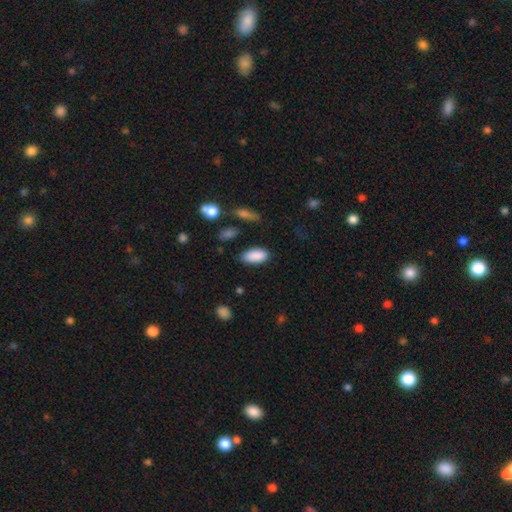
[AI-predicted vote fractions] Morphology: type=smooth (89%); roundness=in between (93%); merging=none (80%).